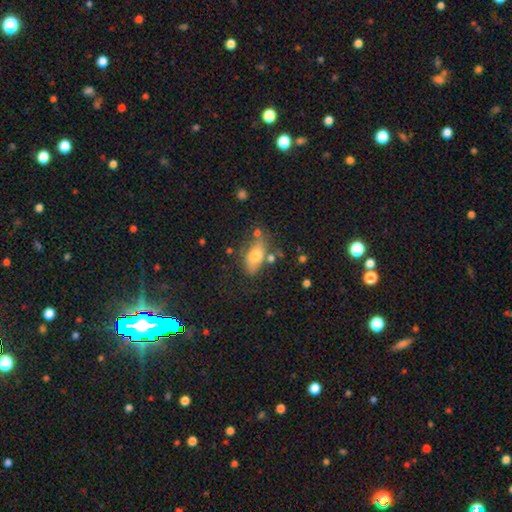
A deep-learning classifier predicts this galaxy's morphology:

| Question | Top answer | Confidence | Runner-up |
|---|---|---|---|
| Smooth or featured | smooth | 69% | featured or disk (23%) |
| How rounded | in between | 86% | cigar-shaped (8%) |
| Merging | none | 59% | minor disturbance (22%) |